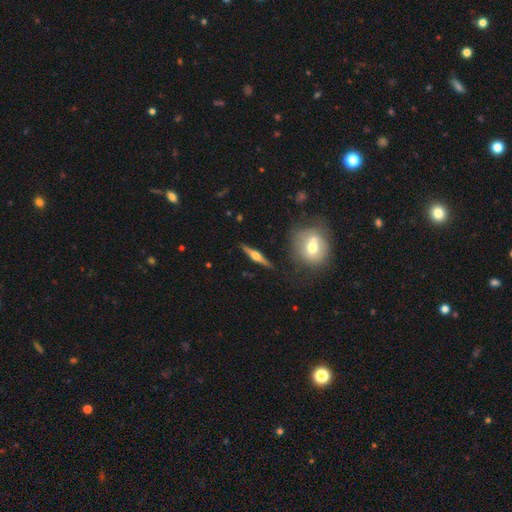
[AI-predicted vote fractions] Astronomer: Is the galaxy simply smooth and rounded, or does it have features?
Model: featured or disk — 74%.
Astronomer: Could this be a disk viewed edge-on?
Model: yes — 97%.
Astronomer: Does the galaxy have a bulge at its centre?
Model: rounded — 93%.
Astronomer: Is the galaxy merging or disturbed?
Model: none — 88%.